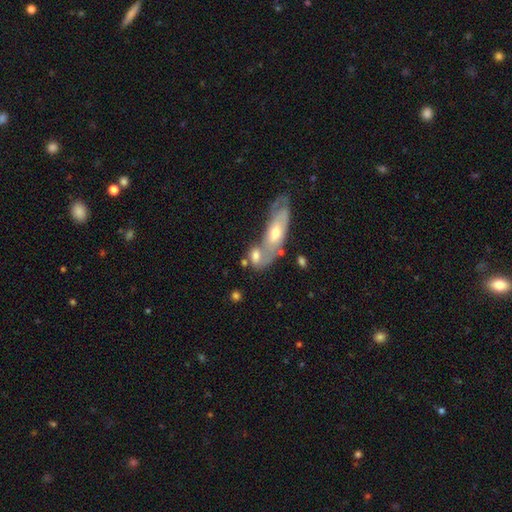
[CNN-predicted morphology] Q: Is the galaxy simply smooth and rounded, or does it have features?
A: smooth — 61%.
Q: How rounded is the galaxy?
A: in between — 68%.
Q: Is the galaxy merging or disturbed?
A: merger — 54%.